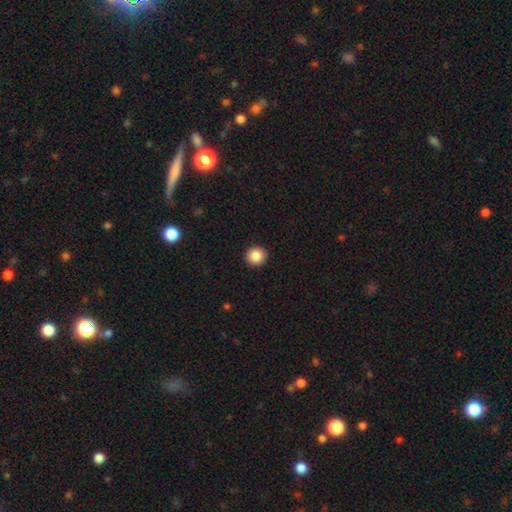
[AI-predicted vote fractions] Q: Smooth or featured?
A: smooth (87%); runner-up: star or artifact (9%)
Q: How rounded?
A: round (93%); runner-up: in between (6%)
Q: Merging?
A: none (93%); runner-up: minor disturbance (4%)